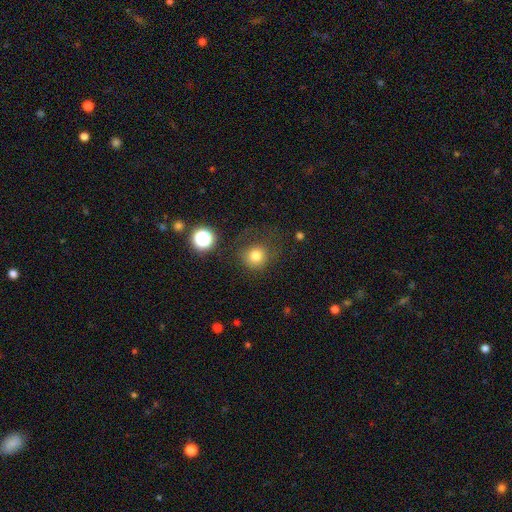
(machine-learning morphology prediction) type=smooth (78%); roundness=round (90%); merging=none (70%).